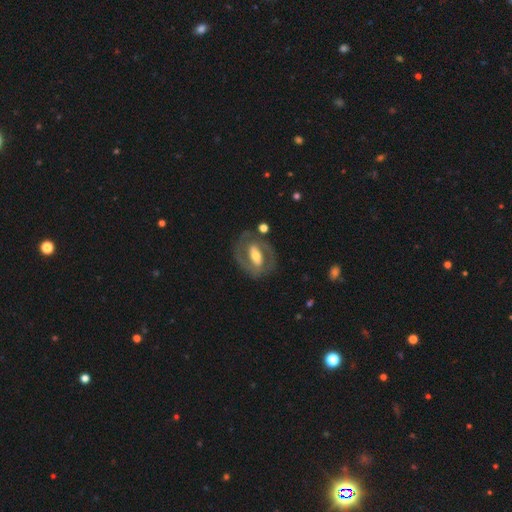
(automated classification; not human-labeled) smooth_or_featured: featured or disk (p=0.78) [alt: smooth p=0.17]
disk_edge_on: no (p=0.94) [alt: yes p=0.06]
bar: strong (p=0.51) [alt: weak p=0.30]
has_spiral_arms: yes (p=0.72) [alt: no p=0.28]
spiral_winding: tight (p=0.45) [alt: medium p=0.43]
spiral_arm_count: 2 (p=0.82) [alt: can't tell p=0.10]
bulge_size: moderate (p=0.59) [alt: small p=0.22]
merging: none (p=0.76) [alt: minor disturbance p=0.13]